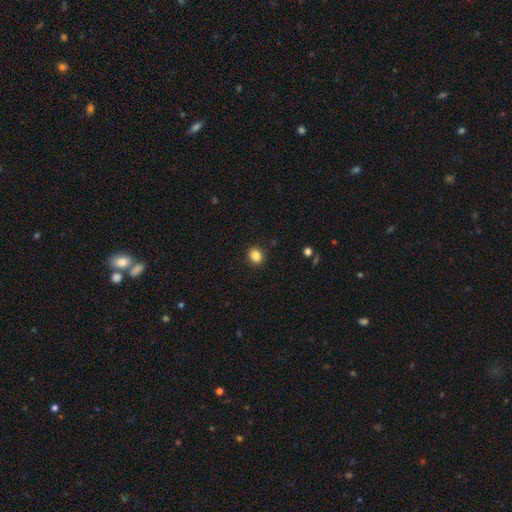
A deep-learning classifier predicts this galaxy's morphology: smooth_or_featured: smooth (p=0.85) [alt: star or artifact p=0.10]
how_rounded: round (p=0.61) [alt: in between p=0.38]
merging: none (p=0.91) [alt: minor disturbance p=0.06]